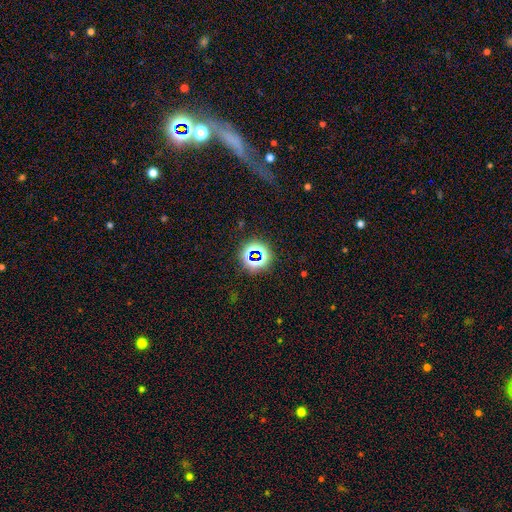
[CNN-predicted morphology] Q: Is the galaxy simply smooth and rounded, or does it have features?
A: star or artifact — 68%.